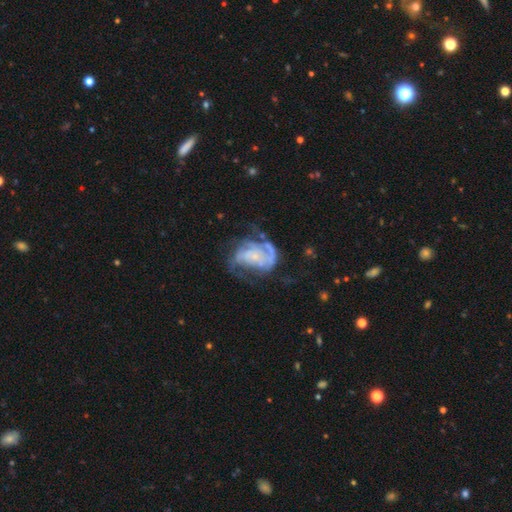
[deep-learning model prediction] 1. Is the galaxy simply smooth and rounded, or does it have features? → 80% featured or disk, 13% smooth, 8% star or artifact.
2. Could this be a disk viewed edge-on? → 98% no, 2% yes.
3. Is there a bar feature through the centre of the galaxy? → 68% no, 25% weak, 7% strong.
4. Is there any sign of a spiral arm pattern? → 86% yes, 14% no.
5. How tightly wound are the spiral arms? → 41% medium, 36% tight, 22% loose.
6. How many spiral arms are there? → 42% 2, 26% can't tell, 15% 3, 9% 1, 5% 4, 4% more than 4.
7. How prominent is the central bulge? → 64% small, 17% none, 15% moderate, 3% large, 1% dominant.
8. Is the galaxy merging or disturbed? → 41% none, 33% major disturbance, 21% minor disturbance, 5% merger.